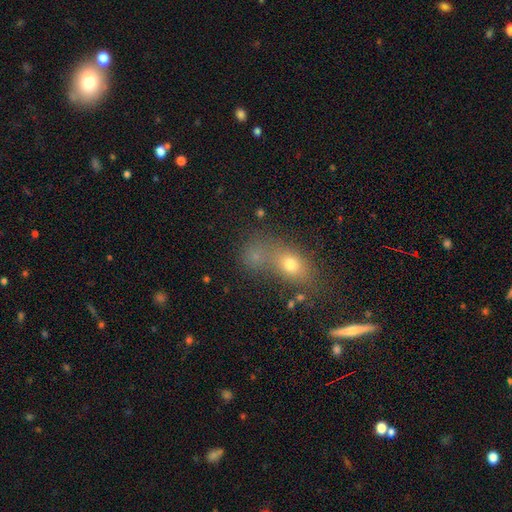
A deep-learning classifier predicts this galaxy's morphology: type=smooth (65%); roundness=in between (48%); merging=merger (50%).